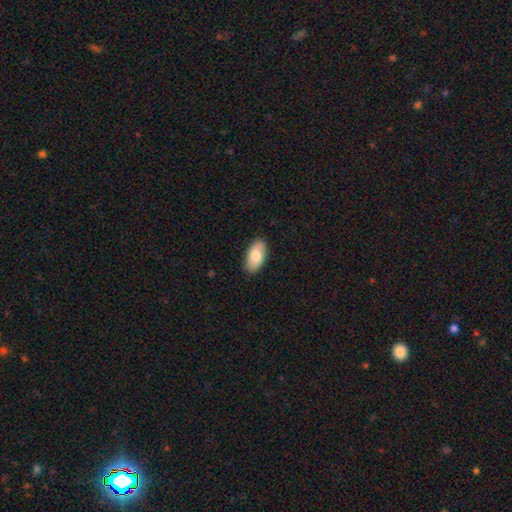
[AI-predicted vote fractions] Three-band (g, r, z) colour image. It shows a smooth galaxy with no disk features (79%) that is in between round and cigar-shaped (94%). Merging: none (87%).